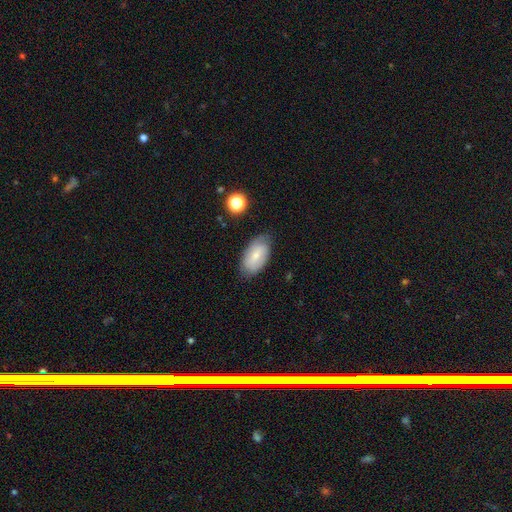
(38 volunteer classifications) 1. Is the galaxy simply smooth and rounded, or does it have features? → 74% smooth, 26% featured or disk, 0% star or artifact.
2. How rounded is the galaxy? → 89% in between, 7% cigar-shaped, 4% round.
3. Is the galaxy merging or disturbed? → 71% none, 24% minor disturbance, 5% major disturbance, 0% merger.